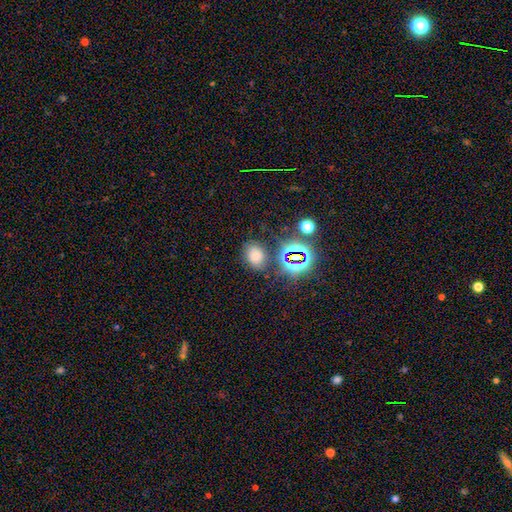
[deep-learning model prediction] A smooth galaxy with no disk features (62%) that is in between round and cigar-shaped (63%).

Vote fractions:
- Smooth or featured? smooth: 62% / star or artifact: 28% / featured or disk: 9%
- How rounded? in between: 63% / round: 36% / cigar-shaped: 1%
- Merging? none: 72% / minor disturbance: 16% / major disturbance: 6% / merger: 6%